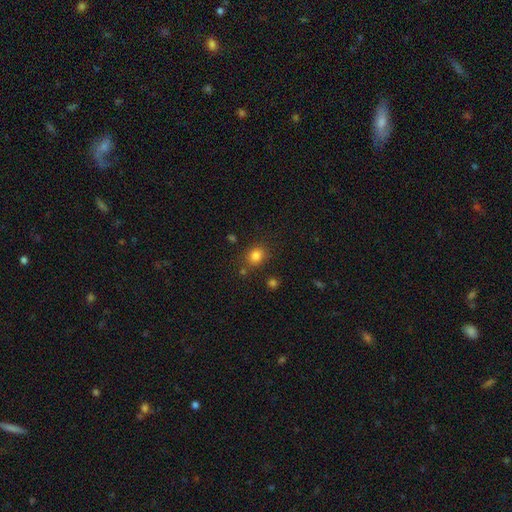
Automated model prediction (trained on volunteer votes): A smooth galaxy with no disk features (82%) that is round (66%). Merging: none (78%).